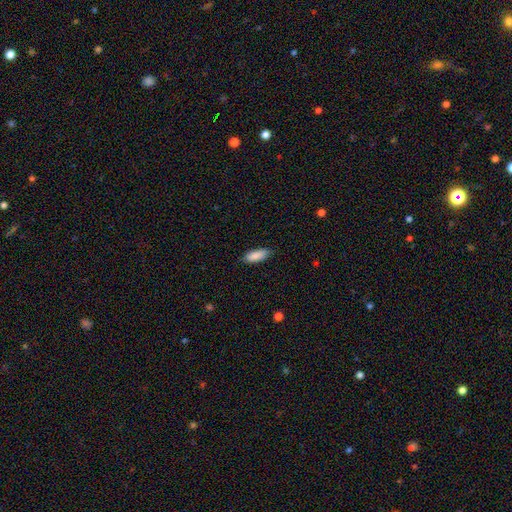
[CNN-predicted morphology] smooth_or_featured: smooth (p=0.88) [alt: star or artifact p=0.06]
how_rounded: in between (p=0.73) [alt: cigar-shaped p=0.25]
merging: none (p=0.83) [alt: minor disturbance p=0.14]